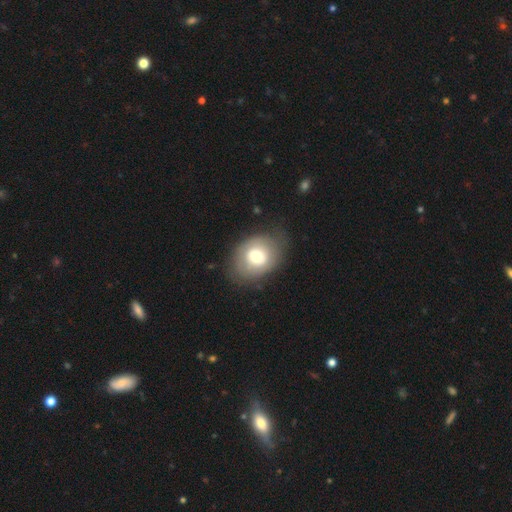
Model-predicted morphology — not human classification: This is likely a smooth galaxy (67%). How rounded: likely in between (63%). Merging: likely none (70%).